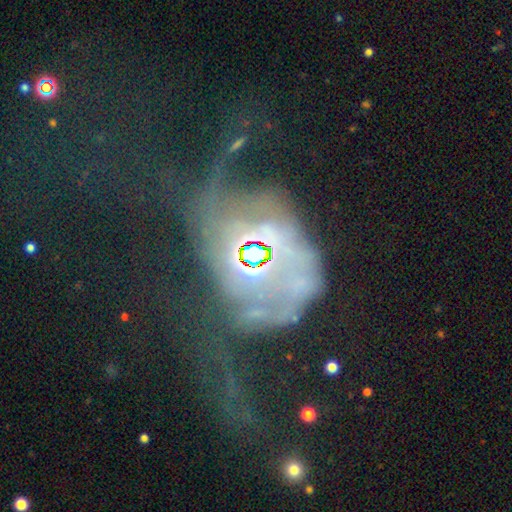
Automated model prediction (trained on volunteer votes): This appears to be a featured or disk galaxy (67%) with no bar (70%), spiral arms (51%) and a moderate central bulge (54%). Merging: major disturbance (55%).